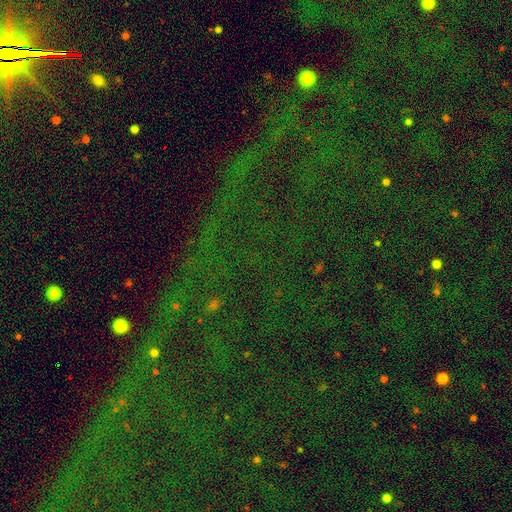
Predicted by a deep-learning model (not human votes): Overall: star or artifact (81%).